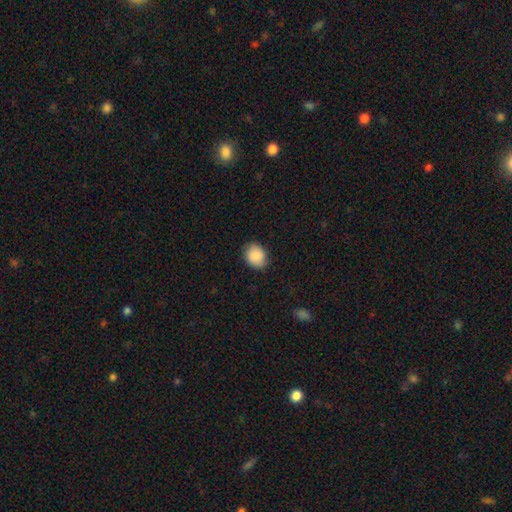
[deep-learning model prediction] A smooth galaxy with no disk features (89%) that is in between round and cigar-shaped (52%). Merging: none (85%).